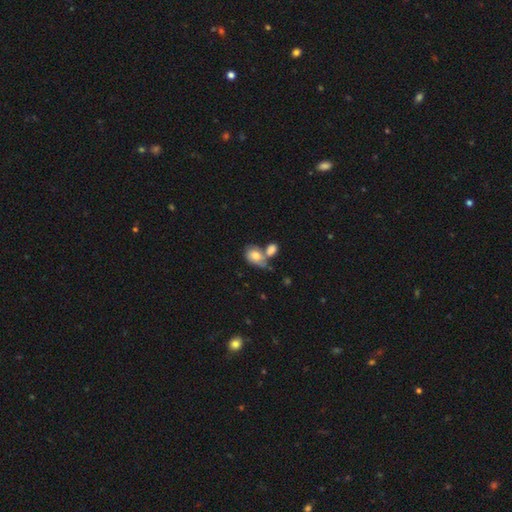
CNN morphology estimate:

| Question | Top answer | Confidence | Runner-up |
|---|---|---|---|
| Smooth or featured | smooth | 74% | featured or disk (18%) |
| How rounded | in between | 72% | round (26%) |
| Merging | merger | 51% | none (26%) |